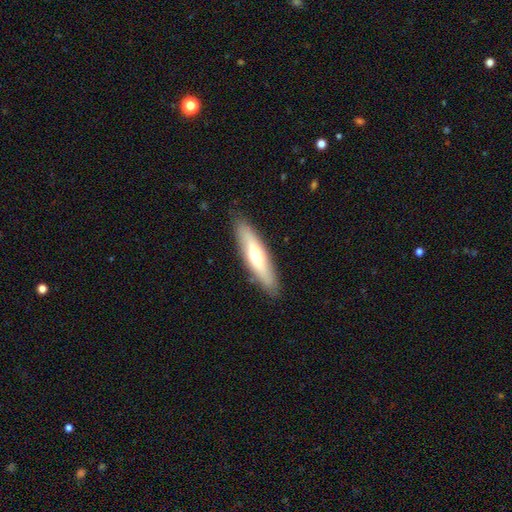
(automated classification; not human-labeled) Overall: smooth (54%; featured or disk 41%). How rounded: cigar-shaped (79%). Merging: none (88%).